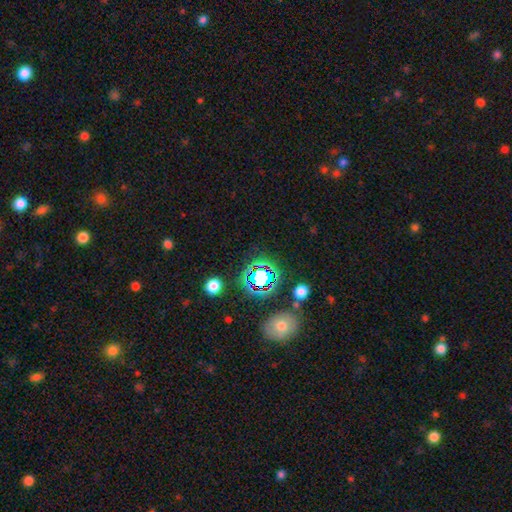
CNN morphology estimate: Smooth or featured: star or artifact — 72% (smooth — 18%)